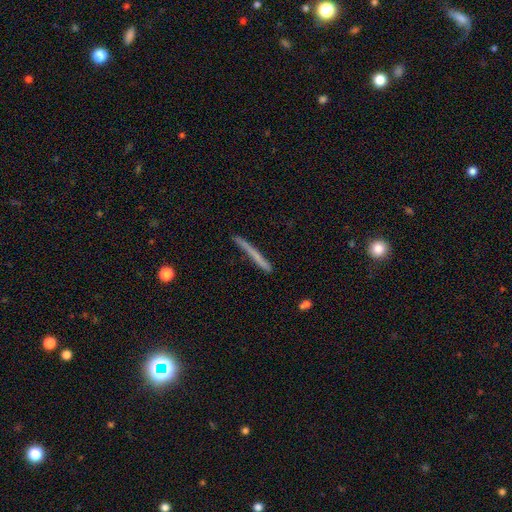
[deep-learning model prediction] Overall: smooth (54%; featured or disk 39%). How rounded: cigar-shaped (96%). Merging: none (80%).